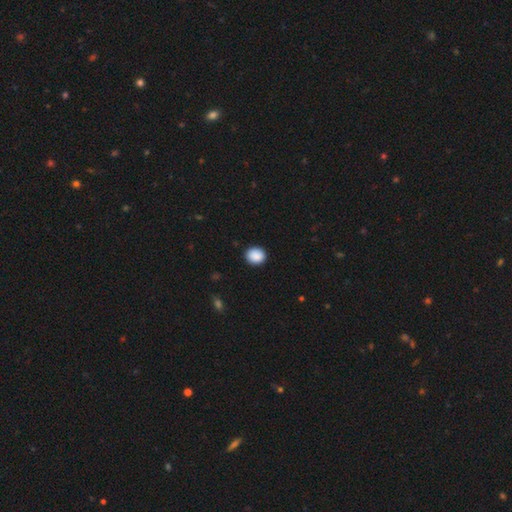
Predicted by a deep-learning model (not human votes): Smooth or featured? smooth (90%)
How rounded? round (73%)
Merging? none (91%)